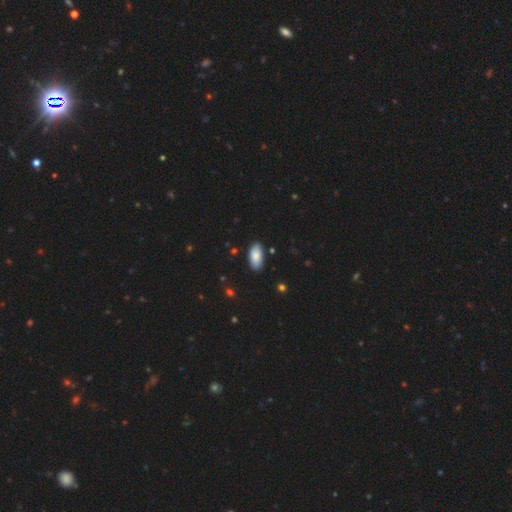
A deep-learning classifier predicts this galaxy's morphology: Smooth or featured: smooth — 86% (featured or disk — 8%)
How rounded: in between — 93% (cigar-shaped — 5%)
Merging: none — 85% (minor disturbance — 11%)